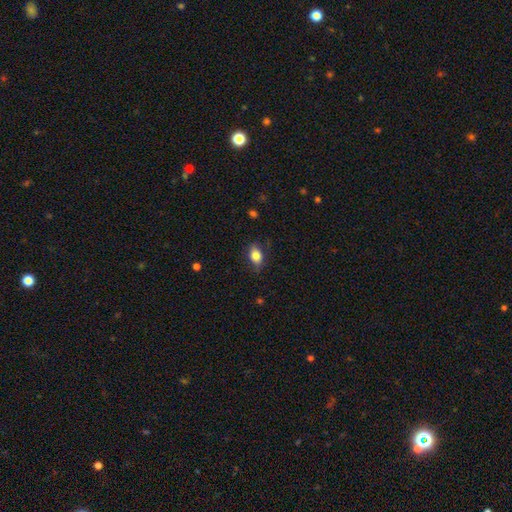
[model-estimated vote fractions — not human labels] Smooth or featured? Predicted: smooth (p=0.81). How rounded? Predicted: in between (p=0.82). Merging? Predicted: none (p=0.77).